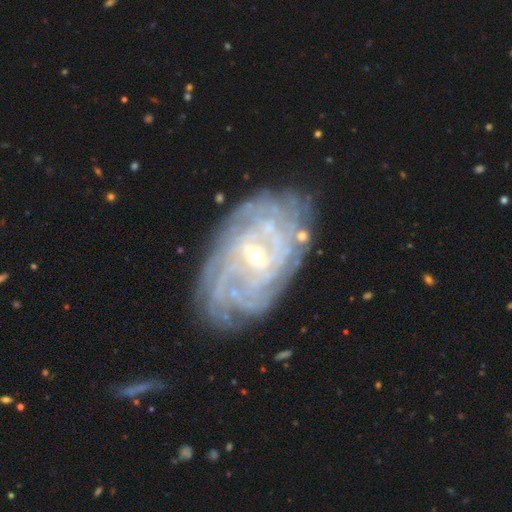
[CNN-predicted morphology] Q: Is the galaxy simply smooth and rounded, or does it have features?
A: featured or disk — 87%.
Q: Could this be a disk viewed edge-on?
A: no — 96%.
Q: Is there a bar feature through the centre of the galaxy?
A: weak — 48%.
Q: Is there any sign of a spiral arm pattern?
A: yes — 95%.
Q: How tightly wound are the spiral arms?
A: tight — 76%.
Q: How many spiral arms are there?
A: can't tell — 35%.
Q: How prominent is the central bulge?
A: small — 73%.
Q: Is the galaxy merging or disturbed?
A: none — 76%.